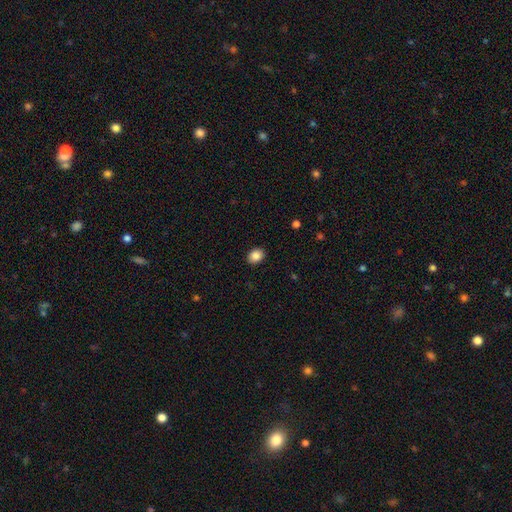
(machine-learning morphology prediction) Overall: smooth (87%). How rounded: in between (58%; round 41%). Merging: none (90%).